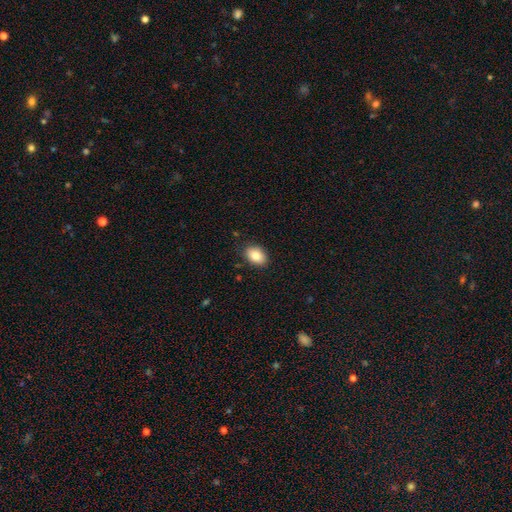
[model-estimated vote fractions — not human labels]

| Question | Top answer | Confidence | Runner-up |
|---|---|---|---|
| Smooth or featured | smooth | 83% | featured or disk (9%) |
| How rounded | in between | 80% | round (19%) |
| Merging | none | 86% | minor disturbance (11%) |